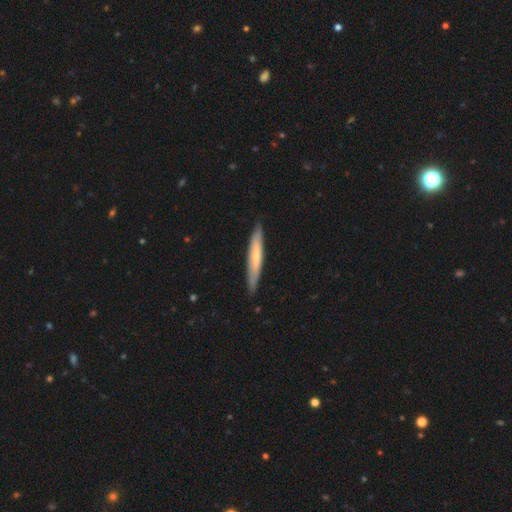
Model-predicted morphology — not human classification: type=smooth (55%); roundness=cigar-shaped (93%); merging=none (85%).